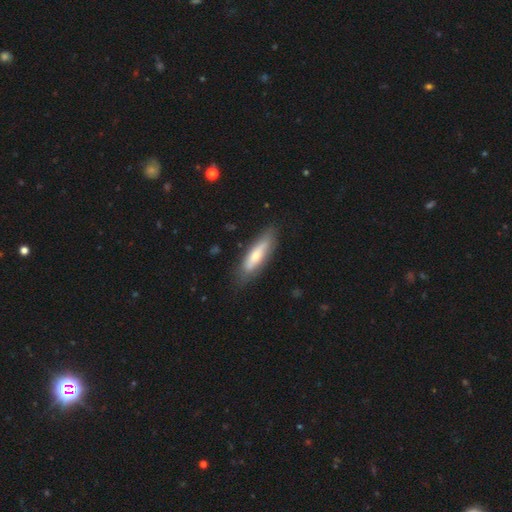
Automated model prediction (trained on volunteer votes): Smooth or featured? Predicted: smooth (p=0.59). How rounded? Predicted: cigar-shaped (p=0.59). Merging? Predicted: none (p=0.76).